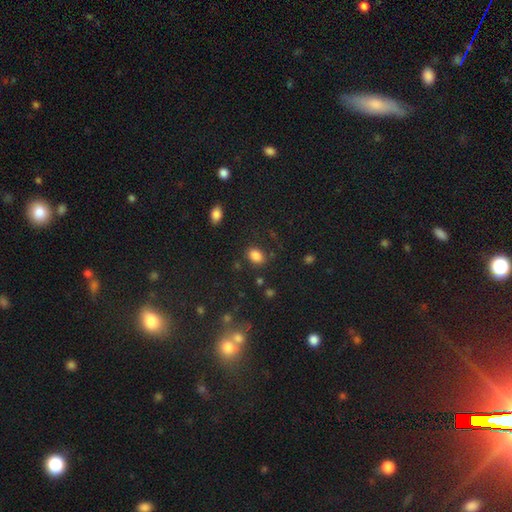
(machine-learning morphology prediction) This appears to be a smooth galaxy with no disk features (84%) that is in between round and cigar-shaped (75%). Merging: none (80%).